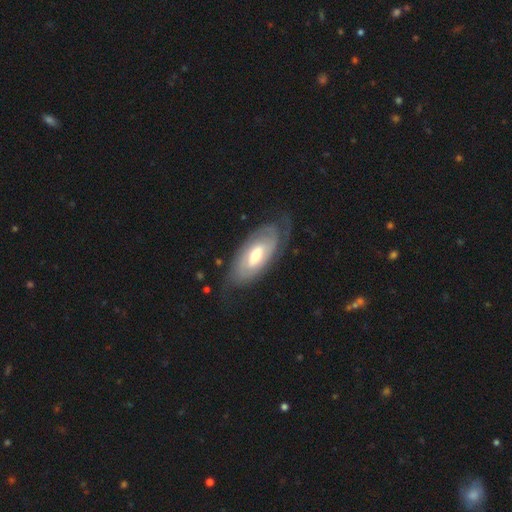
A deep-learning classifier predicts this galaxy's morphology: Smooth or featured?
  - featured or disk: 73% *
  - smooth: 22%
  - star or artifact: 5%
Edge-on disk?
  - no: 89% *
  - yes: 11%
Bar?
  - no: 52% *
  - weak: 35%
  - strong: 13%
Spiral arms?
  - yes: 81% *
  - no: 19%
Spiral winding?
  - tight: 63% *
  - medium: 26%
  - loose: 11%
Spiral arm count?
  - 2: 46% *
  - can't tell: 39%
  - 1: 5%
  - 3: 5%
  - 4: 2%
  - more than 4: 2%
Bulge size?
  - moderate: 67% *
  - large: 15%
  - small: 15%
  - dominant: 1%
  - none: 1%
Merging?
  - none: 69% *
  - minor disturbance: 20%
  - major disturbance: 10%
  - merger: 1%